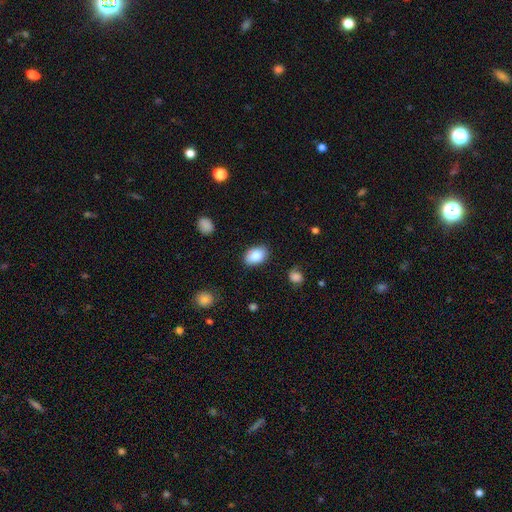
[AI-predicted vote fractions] A smooth galaxy with no disk features (87%) that is in between round and cigar-shaped (89%). Merging: none (84%).